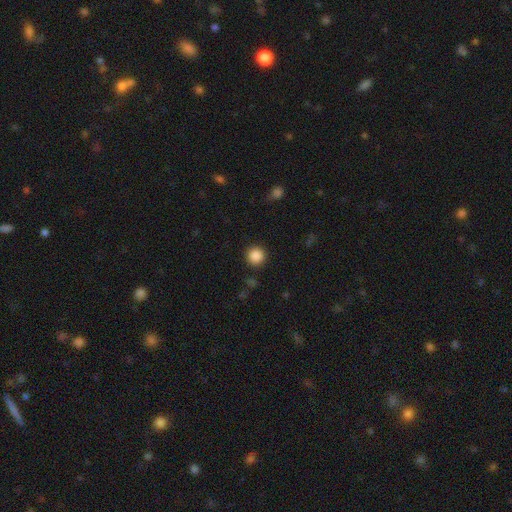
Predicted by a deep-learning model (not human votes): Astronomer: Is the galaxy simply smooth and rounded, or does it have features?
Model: smooth — 87%.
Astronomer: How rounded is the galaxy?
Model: round — 95%.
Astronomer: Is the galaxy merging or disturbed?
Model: none — 90%.